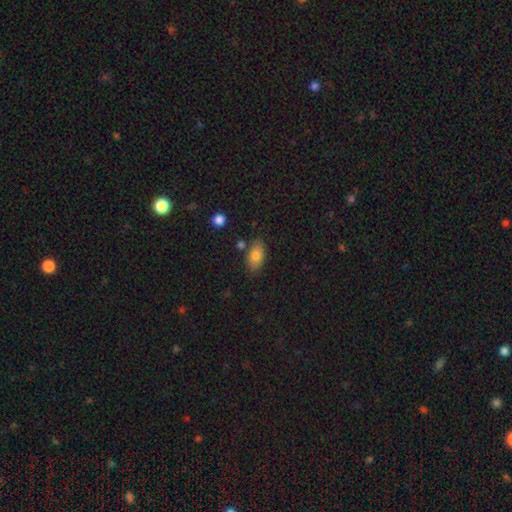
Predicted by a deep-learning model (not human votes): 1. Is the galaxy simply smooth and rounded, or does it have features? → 81% smooth, 11% featured or disk, 8% star or artifact.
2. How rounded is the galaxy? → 91% in between, 5% round, 4% cigar-shaped.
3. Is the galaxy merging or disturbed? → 79% none, 13% minor disturbance, 5% merger, 3% major disturbance.